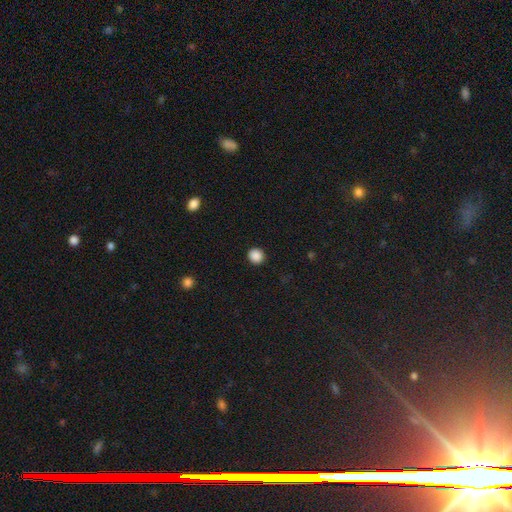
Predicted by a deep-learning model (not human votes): The model was most divided on "smooth or featured": smooth: 88%, star or artifact: 10%, featured or disk: 2%. More confident: merging — none (93%); how rounded — round (92%).